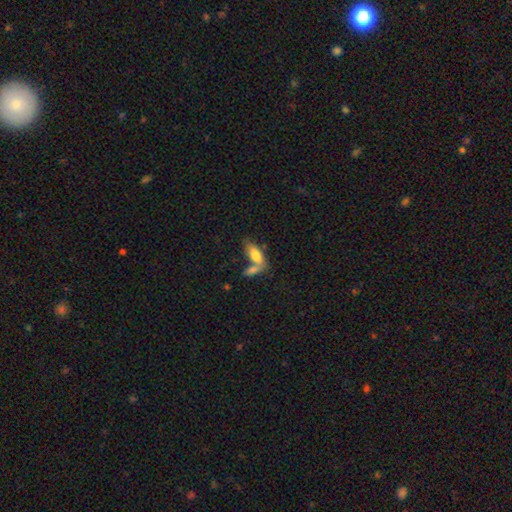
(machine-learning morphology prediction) Smooth or featured? Predicted: smooth (p=0.73). How rounded? Predicted: in between (p=0.74). Merging? Predicted: merger (p=0.46).